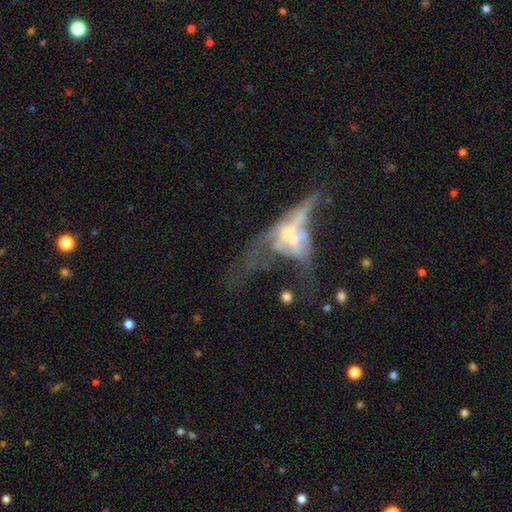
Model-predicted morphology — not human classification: A featured or disk galaxy (61%). Merging: major disturbance (46%).